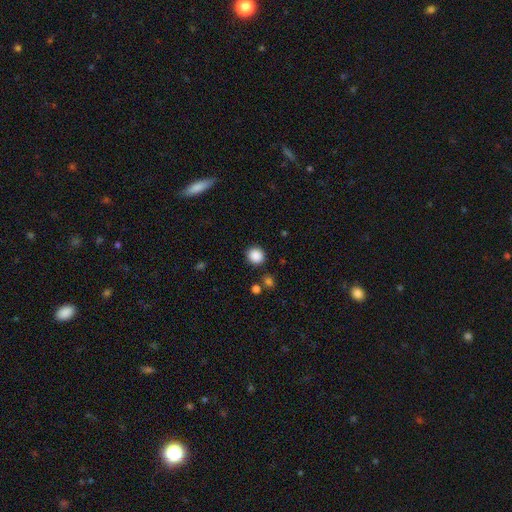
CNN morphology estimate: Smooth or featured?
  - smooth: 88% *
  - star or artifact: 9%
  - featured or disk: 3%
How rounded?
  - round: 83% *
  - in between: 16%
  - cigar-shaped: 1%
Merging?
  - none: 86% *
  - minor disturbance: 8%
  - merger: 3%
  - major disturbance: 3%